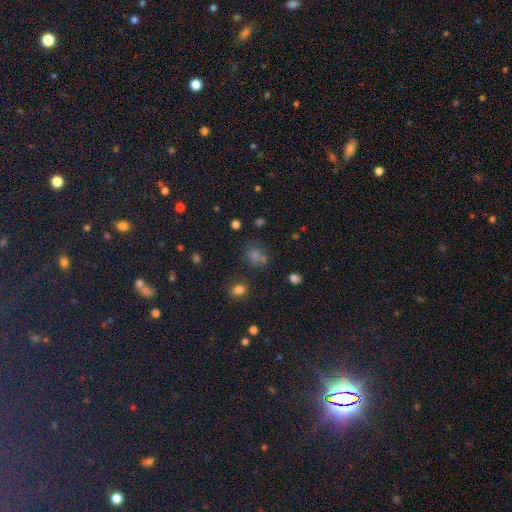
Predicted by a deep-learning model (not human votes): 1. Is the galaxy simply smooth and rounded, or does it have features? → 53% smooth, 39% star or artifact, 8% featured or disk.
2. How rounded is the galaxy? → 67% round, 31% in between, 2% cigar-shaped.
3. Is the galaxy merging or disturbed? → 70% none, 14% minor disturbance, 10% merger, 6% major disturbance.